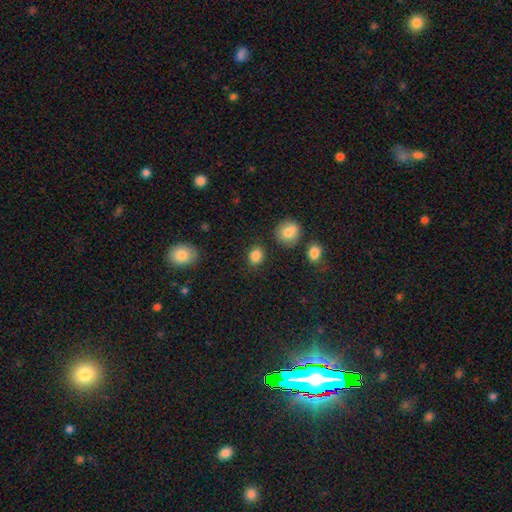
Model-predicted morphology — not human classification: Smooth or featured?
  - smooth: 85% *
  - star or artifact: 10%
  - featured or disk: 5%
How rounded?
  - round: 55% *
  - in between: 44%
  - cigar-shaped: 1%
Merging?
  - none: 84% *
  - minor disturbance: 10%
  - merger: 3%
  - major disturbance: 3%